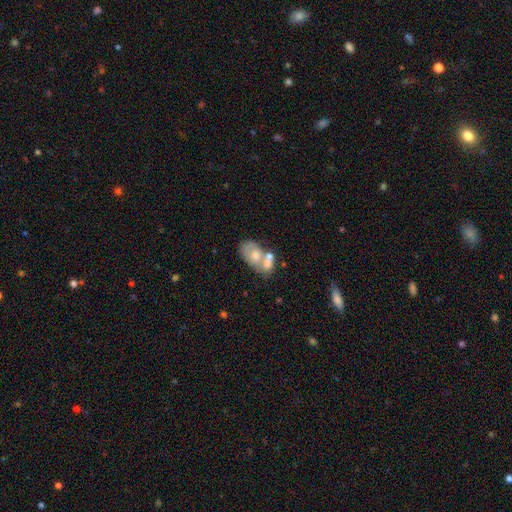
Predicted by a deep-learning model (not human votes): A smooth galaxy with no disk features (55%) that is in between round and cigar-shaped (88%).

Vote fractions:
- Smooth or featured? smooth: 55% / featured or disk: 37% / star or artifact: 8%
- How rounded? in between: 88% / round: 10% / cigar-shaped: 2%
- Merging? merger: 54% / none: 24% / minor disturbance: 14% / major disturbance: 9%